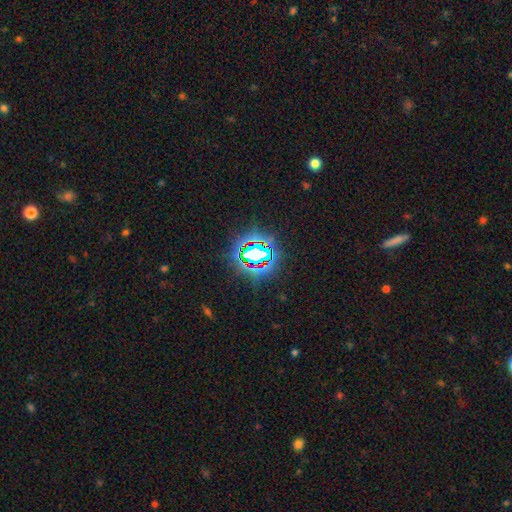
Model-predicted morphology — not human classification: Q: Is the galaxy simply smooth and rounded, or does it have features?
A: star or artifact — 76%.